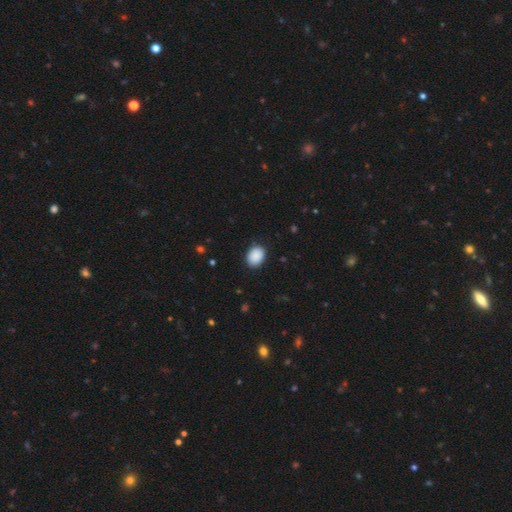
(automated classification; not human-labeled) A smooth galaxy with no disk features (90%) that is in between round and cigar-shaped (69%). Merging: none (88%).